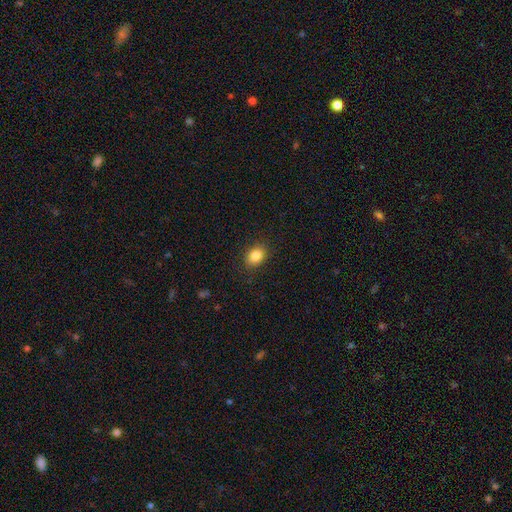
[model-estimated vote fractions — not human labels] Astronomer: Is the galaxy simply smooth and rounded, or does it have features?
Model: smooth — 85%.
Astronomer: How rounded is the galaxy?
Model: in between — 64%.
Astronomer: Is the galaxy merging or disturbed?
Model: none — 88%.